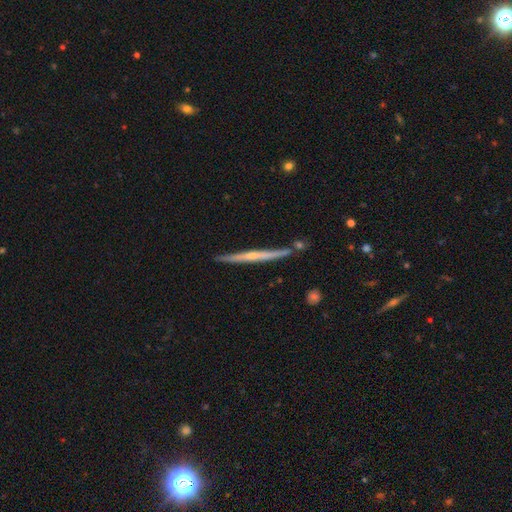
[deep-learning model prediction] This is likely a featured or disk galaxy (72%). It is clearly viewed edge-on (98%). Edge-on bulge: possibly rounded (54%). Merging: clearly none (85%).